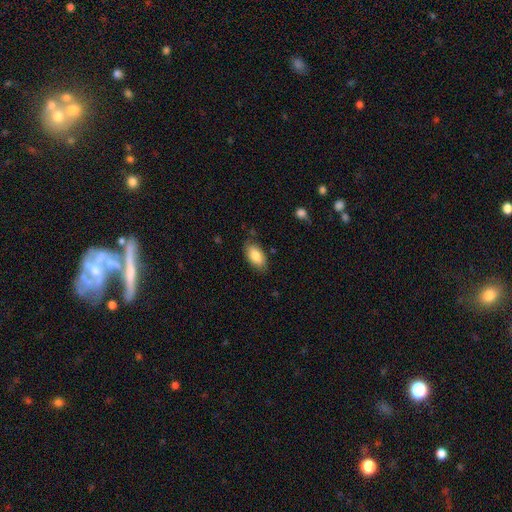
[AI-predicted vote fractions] smooth-or-featured: smooth: 83% | featured or disk: 10% | star or artifact: 7%
  how-rounded: in between: 93% | round: 3% | cigar-shaped: 3%
  merging: none: 81% | minor disturbance: 14% | major disturbance: 3% | merger: 2%